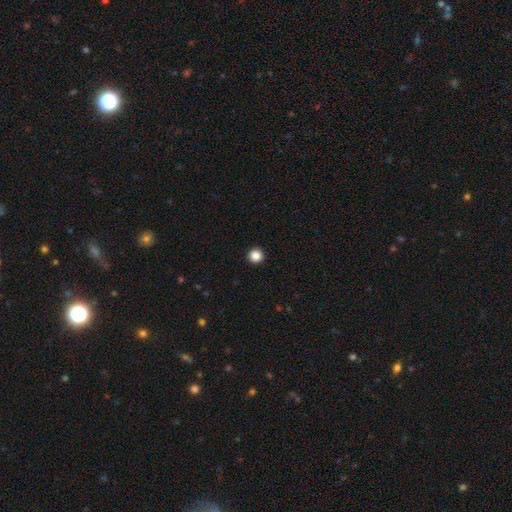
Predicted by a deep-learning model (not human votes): A smooth galaxy with no disk features (87%) that is round (96%).

Vote fractions:
- Smooth or featured? smooth: 87% / star or artifact: 10% / featured or disk: 2%
- How rounded? round: 96% / in between: 3% / cigar-shaped: 1%
- Merging? none: 94% / minor disturbance: 4% / major disturbance: 1% / merger: 1%